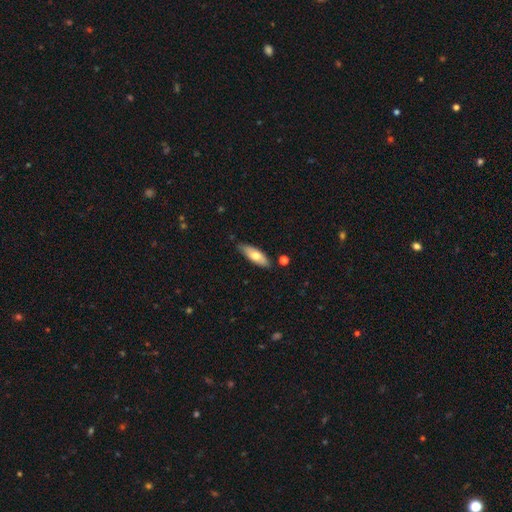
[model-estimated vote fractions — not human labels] Smooth or featured? smooth (65%)
How rounded? in between (64%)
Merging? none (79%)